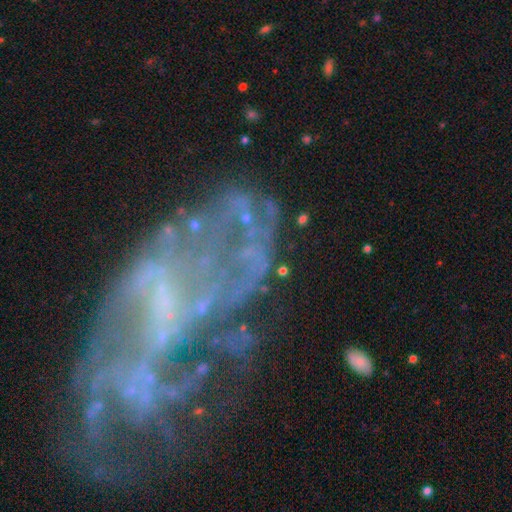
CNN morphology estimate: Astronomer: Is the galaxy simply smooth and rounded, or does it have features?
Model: featured or disk — 60%.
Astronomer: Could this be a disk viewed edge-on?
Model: no — 94%.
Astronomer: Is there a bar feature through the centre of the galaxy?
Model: no — 65%.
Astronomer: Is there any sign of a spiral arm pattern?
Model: yes — 60% (runner-up: no, 40%).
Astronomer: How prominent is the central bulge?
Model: small — 38%, tied with none at 38%.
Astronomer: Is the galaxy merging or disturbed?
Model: none — 49%.